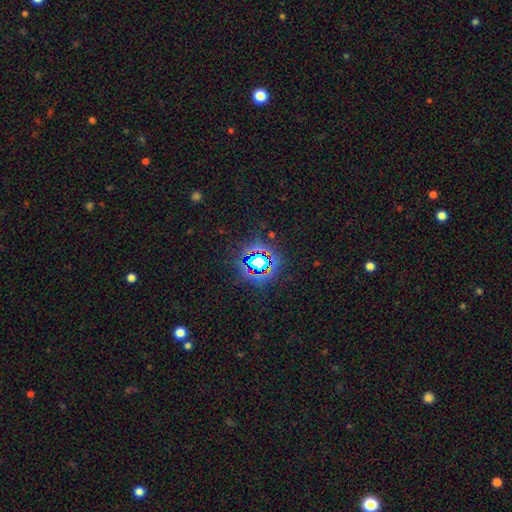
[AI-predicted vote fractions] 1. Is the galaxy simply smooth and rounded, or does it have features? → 71% star or artifact, 17% smooth, 12% featured or disk.